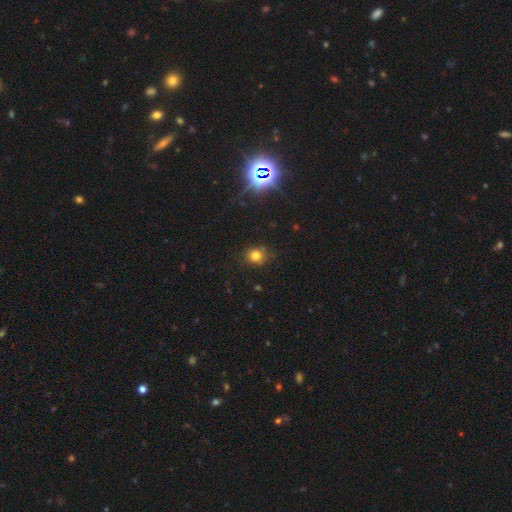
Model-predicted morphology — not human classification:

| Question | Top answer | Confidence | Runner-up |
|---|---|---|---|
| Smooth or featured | smooth | 77% | star or artifact (16%) |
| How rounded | round | 77% | in between (22%) |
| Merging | none | 81% | minor disturbance (14%) |